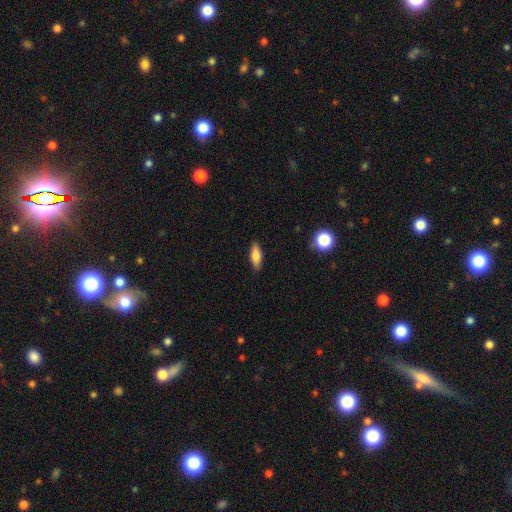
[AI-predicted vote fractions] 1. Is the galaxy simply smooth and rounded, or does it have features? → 76% smooth, 17% featured or disk, 7% star or artifact.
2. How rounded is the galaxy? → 63% in between, 34% cigar-shaped, 3% round.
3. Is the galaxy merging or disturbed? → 87% none, 10% minor disturbance, 2% major disturbance, 1% merger.